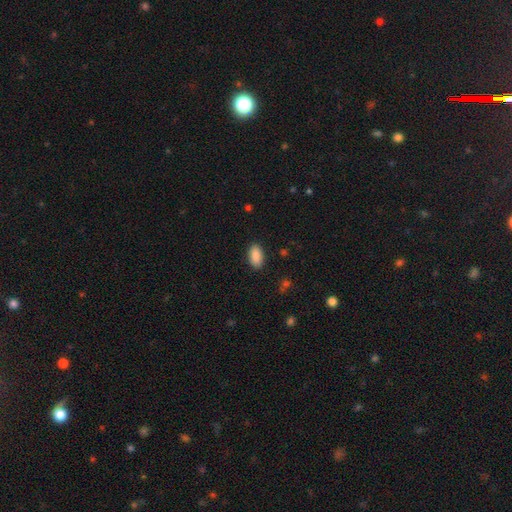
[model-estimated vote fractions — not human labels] This appears to be a smooth galaxy with no disk features (90%) that is in between round and cigar-shaped (94%). Merging: none (88%).